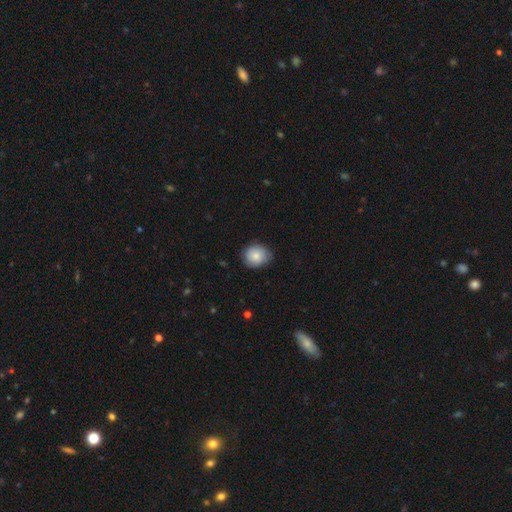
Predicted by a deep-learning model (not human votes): Smooth or featured?
  - smooth: 81% *
  - featured or disk: 12%
  - star or artifact: 7%
How rounded?
  - round: 75% *
  - in between: 25%
  - cigar-shaped: 1%
Merging?
  - none: 77% *
  - minor disturbance: 20%
  - major disturbance: 3%
  - merger: 1%